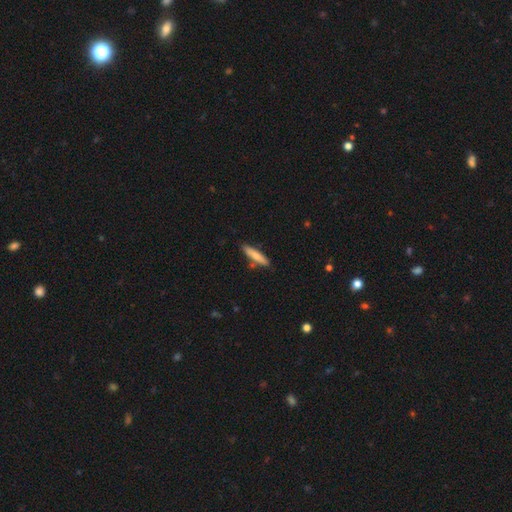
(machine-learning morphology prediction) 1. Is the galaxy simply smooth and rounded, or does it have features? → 76% smooth, 18% featured or disk, 6% star or artifact.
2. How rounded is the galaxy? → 84% cigar-shaped, 15% in between, 1% round.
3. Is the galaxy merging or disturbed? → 82% none, 11% minor disturbance, 5% merger, 2% major disturbance.